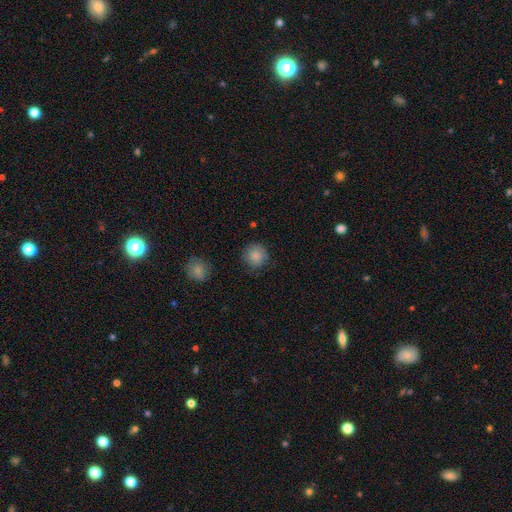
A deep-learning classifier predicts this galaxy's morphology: Smooth or featured? Predicted: smooth (p=0.85). How rounded? Predicted: round (p=0.93). Merging? Predicted: none (p=0.82).